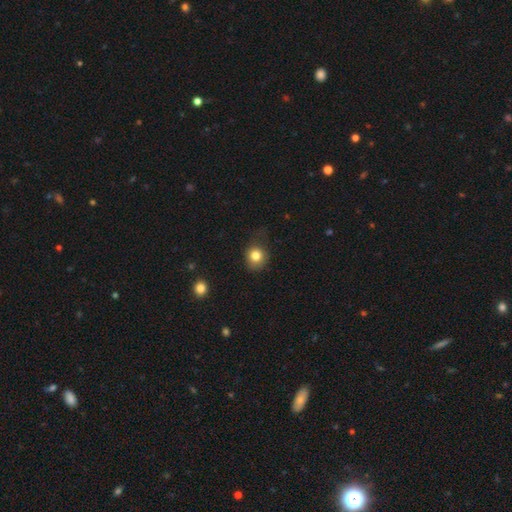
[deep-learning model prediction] This is clearly a smooth galaxy (81%). How rounded: clearly round (81%). Merging: likely none (68%).